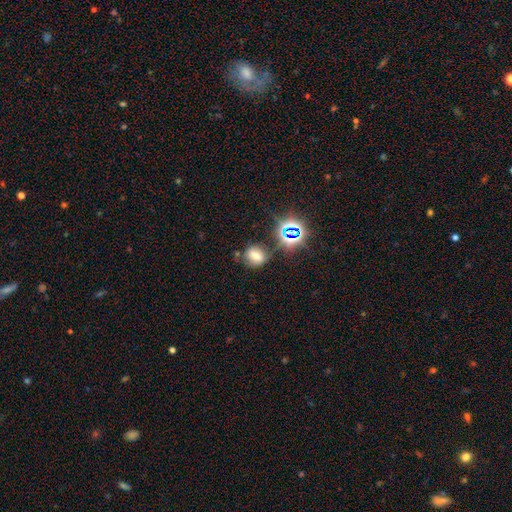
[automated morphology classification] smooth_or_featured: smooth (p=0.57) [alt: star or artifact p=0.27]
how_rounded: round (p=0.52) [alt: in between p=0.46]
merging: none (p=0.67) [alt: minor disturbance p=0.18]